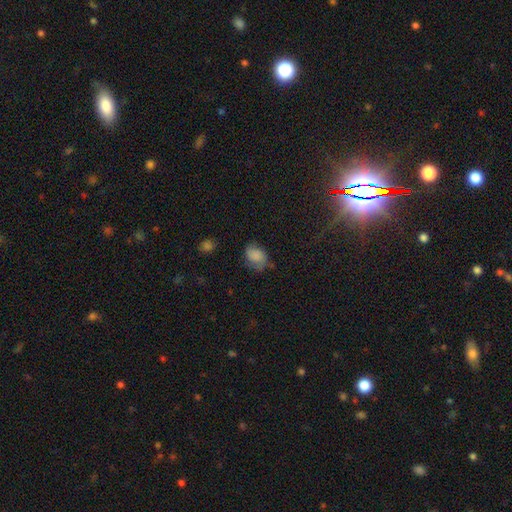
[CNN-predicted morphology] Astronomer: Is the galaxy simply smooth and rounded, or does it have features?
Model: smooth — 69%.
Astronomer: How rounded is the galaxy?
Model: in between — 70%.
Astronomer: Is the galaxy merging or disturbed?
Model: none — 54% (runner-up: minor disturbance, 31%).